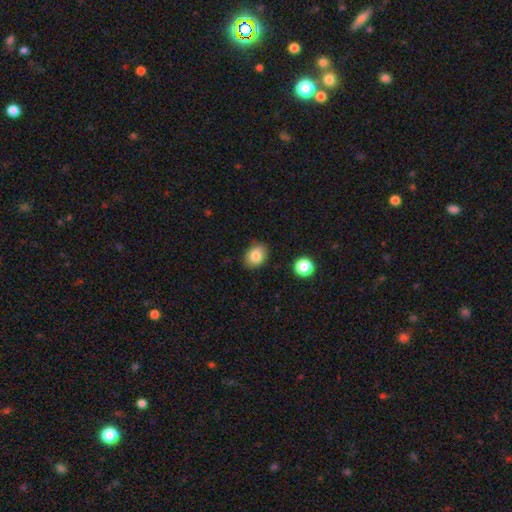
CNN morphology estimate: smooth-or-featured: smooth: 83% | star or artifact: 9% | featured or disk: 8%
  how-rounded: in between: 63% | round: 36% | cigar-shaped: 1%
  merging: none: 83% | minor disturbance: 12% | major disturbance: 3% | merger: 2%